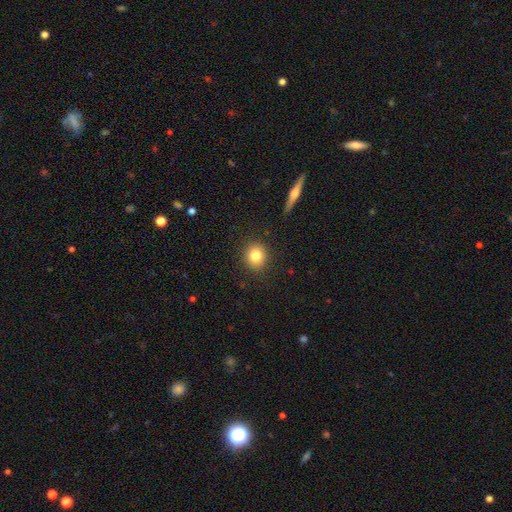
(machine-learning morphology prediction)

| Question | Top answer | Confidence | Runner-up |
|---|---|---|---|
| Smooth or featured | smooth | 81% | star or artifact (11%) |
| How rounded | round | 86% | in between (13%) |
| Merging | none | 90% | minor disturbance (7%) |